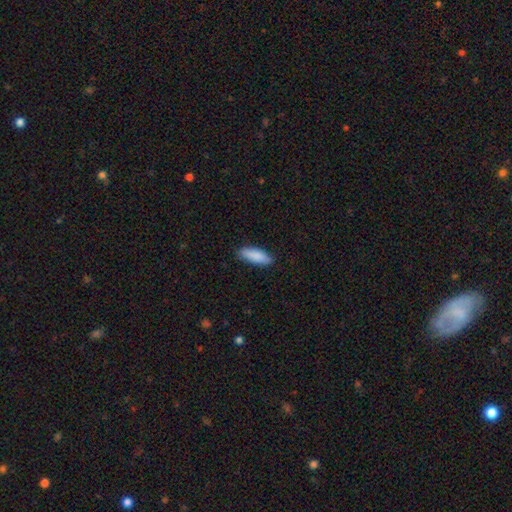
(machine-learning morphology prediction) type=smooth (88%); roundness=in between (58%); merging=none (86%).